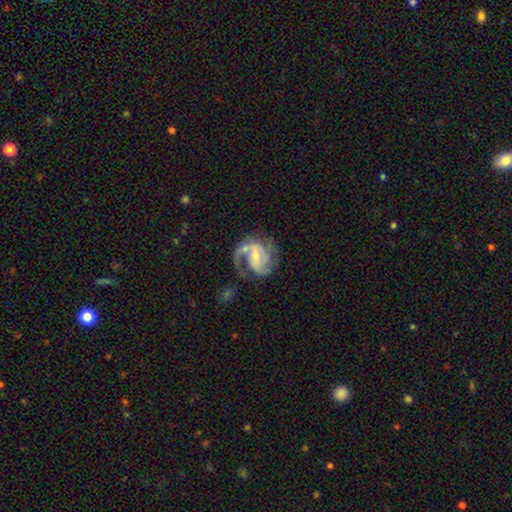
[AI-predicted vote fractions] Overall: featured or disk (88%). Edge-on disk: no (98%). Bar: weak (49%; strong 26%). Spiral arms: yes (96%). Spiral arm count: 2 (65%). Spiral winding: medium (53%; tight 25%). Bulge size: small (51%; moderate 40%). Merging: none (55%; major disturbance 21%).